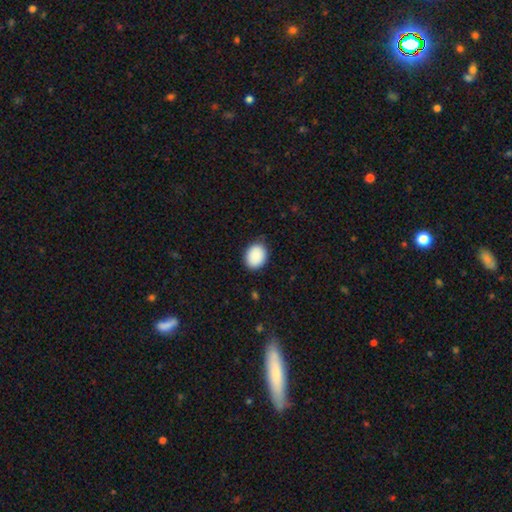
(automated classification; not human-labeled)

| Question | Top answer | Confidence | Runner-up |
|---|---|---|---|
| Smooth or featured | smooth | 89% | star or artifact (7%) |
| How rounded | in between | 51% | round (48%) |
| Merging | none | 85% | minor disturbance (12%) |